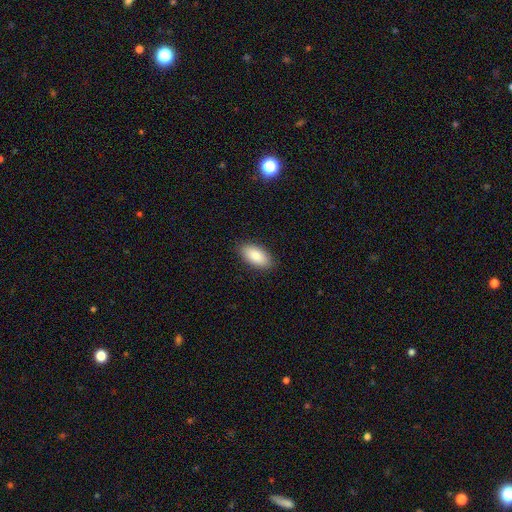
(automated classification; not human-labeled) Morphology: type=smooth (88%); roundness=in between (93%); merging=none (88%).